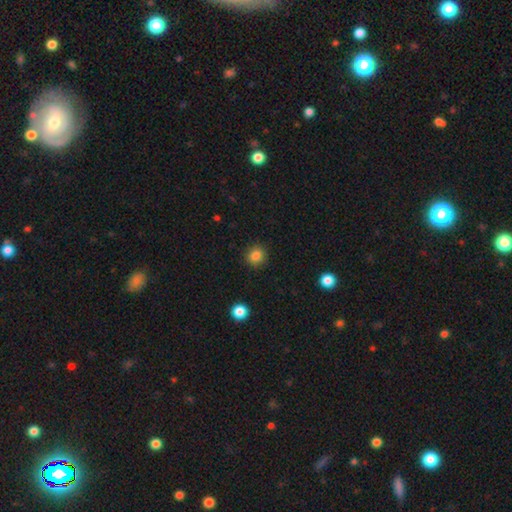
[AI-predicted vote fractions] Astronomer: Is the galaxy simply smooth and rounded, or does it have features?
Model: smooth — 85%.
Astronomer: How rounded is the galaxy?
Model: round — 86%.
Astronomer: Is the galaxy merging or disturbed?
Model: none — 89%.